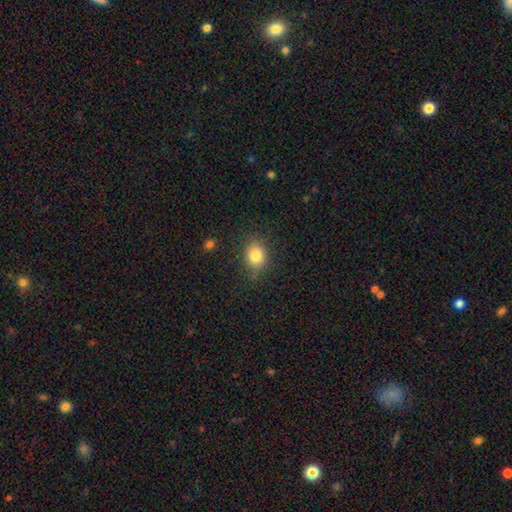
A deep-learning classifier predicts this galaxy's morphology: Smooth or featured? smooth (82%)
How rounded? round (54%)
Merging? none (80%)